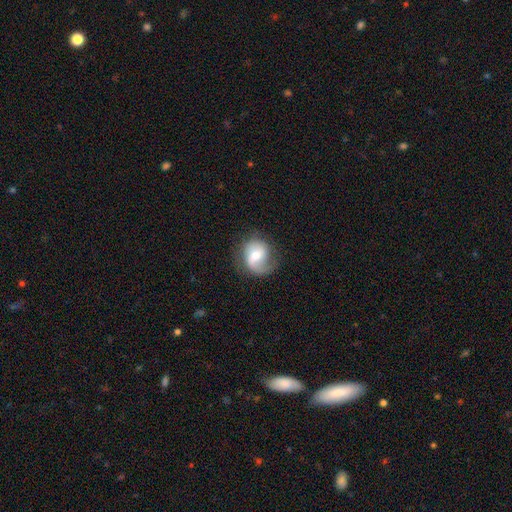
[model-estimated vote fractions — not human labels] This appears to be a featured or disk galaxy (61%) with a weak bar (44%), 2 (46%) medium (40%) spiral arms (87%) and a moderate central bulge (61%). Merging: none (60%).